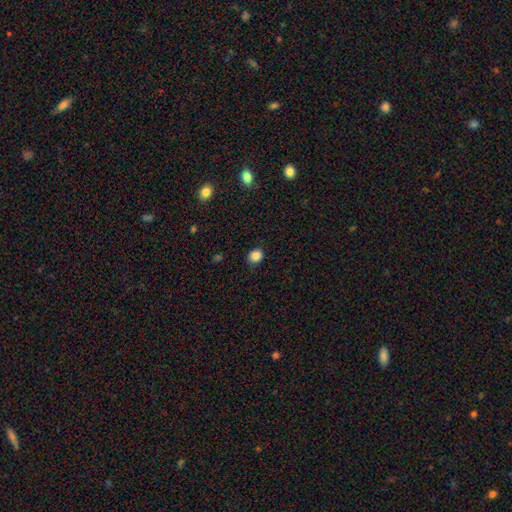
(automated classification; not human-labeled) Smooth or featured: smooth — 86% (star or artifact — 11%)
How rounded: round — 70% (in between — 29%)
Merging: none — 86% (minor disturbance — 11%)